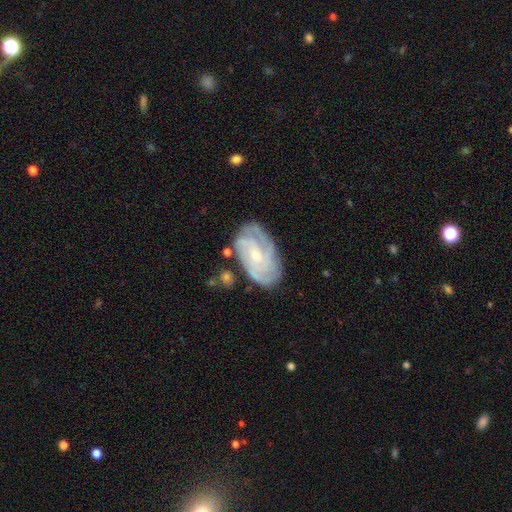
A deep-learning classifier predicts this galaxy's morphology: A featured or disk galaxy (81%) with no bar (60%), 3 (28%, tied with can't tell) tight (63%) spiral arms (95%) and a small central bulge (65%).

Vote fractions:
- Smooth or featured? featured or disk: 81% / smooth: 12% / star or artifact: 6%
- Edge-on disk? no: 96% / yes: 4%
- Bar? no: 60% / weak: 34% / strong: 7%
- Spiral arms? yes: 95% / no: 5%
- Spiral winding? tight: 63% / medium: 30% / loose: 7%
- Spiral arm count? 3: 28% (tied) / can't tell: 28% (tied) / 4: 19% / 2: 16% / more than 4: 5% / 1: 5%
- Bulge size? small: 65% / moderate: 30% / none: 3% / large: 2% / dominant: 1%
- Merging? none: 71% / minor disturbance: 19% / major disturbance: 6% / merger: 4%